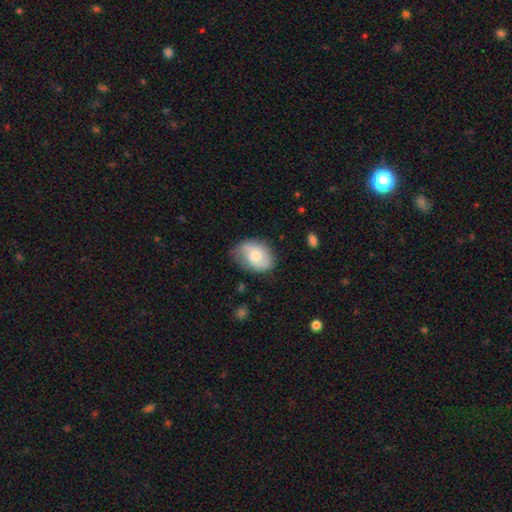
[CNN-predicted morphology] This appears to be a featured or disk galaxy (47%). Merging: none (68%).